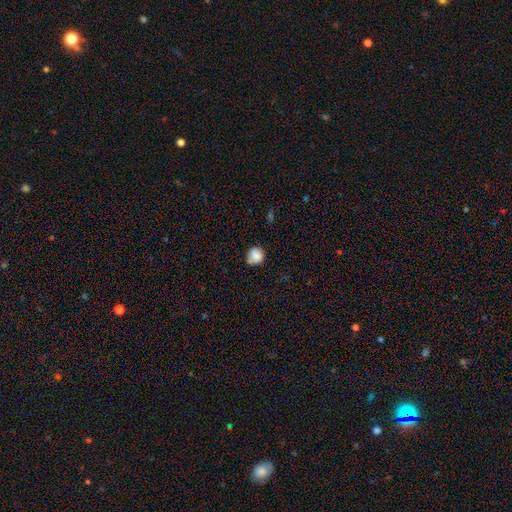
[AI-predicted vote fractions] This appears to be a smooth galaxy with no disk features (84%) that is round (84%). Merging: none (66%).